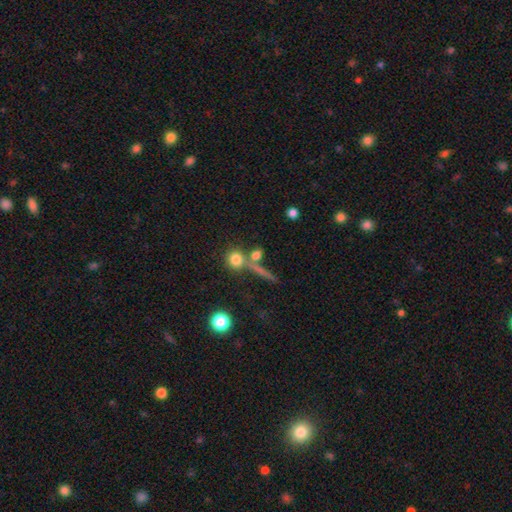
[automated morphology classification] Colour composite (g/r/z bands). It shows a smooth galaxy with no disk features (71%) that is round (62%). Merging: none (59%).